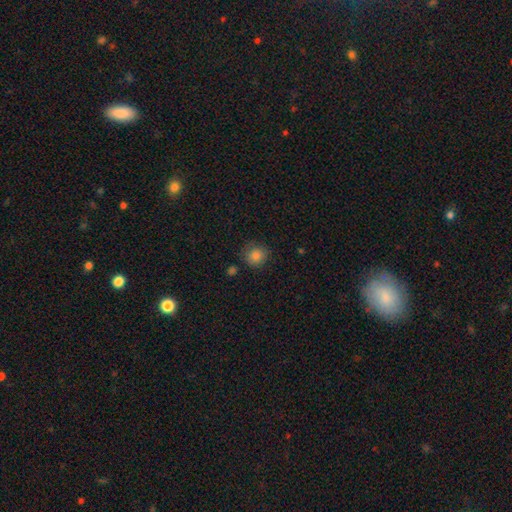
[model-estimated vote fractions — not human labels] smooth-or-featured: smooth: 85% | star or artifact: 10% | featured or disk: 5%
  how-rounded: round: 89% | in between: 10% | cigar-shaped: 1%
  merging: none: 79% | minor disturbance: 14% | major disturbance: 4% | merger: 3%